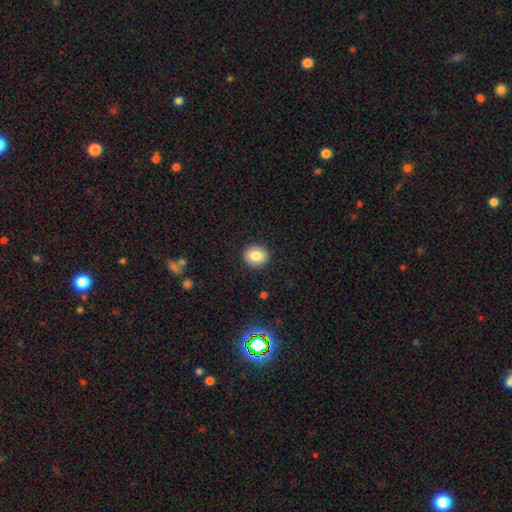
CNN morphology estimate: This is clearly a smooth galaxy (82%). How rounded: clearly round (86%). Merging: clearly none (91%).